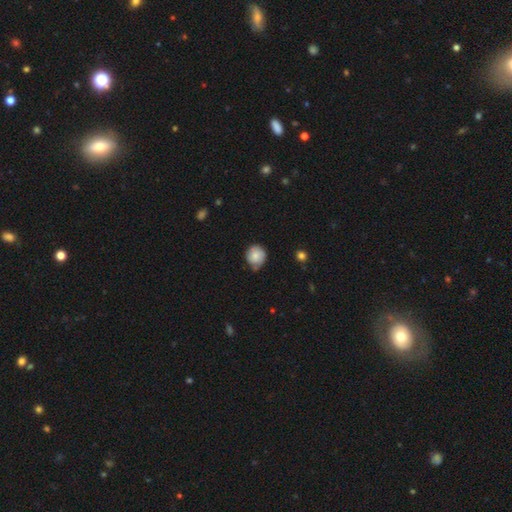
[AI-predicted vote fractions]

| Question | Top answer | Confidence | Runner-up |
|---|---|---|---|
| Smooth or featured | smooth | 77% | featured or disk (15%) |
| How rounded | round | 91% | in between (8%) |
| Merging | none | 65% | minor disturbance (27%) |